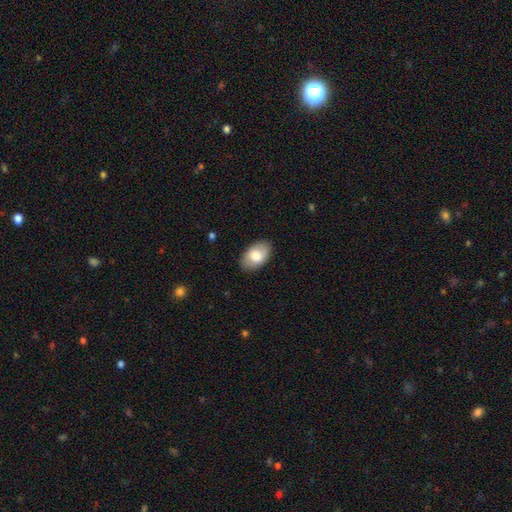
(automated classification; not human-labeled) Smooth or featured?
  - smooth: 78% *
  - featured or disk: 16%
  - star or artifact: 6%
How rounded?
  - in between: 92% *
  - round: 6%
  - cigar-shaped: 1%
Merging?
  - none: 87% *
  - minor disturbance: 10%
  - major disturbance: 2%
  - merger: 1%